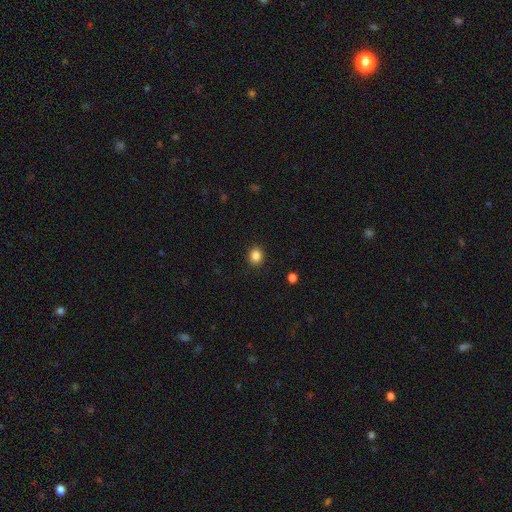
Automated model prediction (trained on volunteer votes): smooth-or-featured: smooth: 85% | star or artifact: 11% | featured or disk: 4%
  how-rounded: round: 74% | in between: 25% | cigar-shaped: 1%
  merging: none: 91% | minor disturbance: 6% | major disturbance: 2% | merger: 1%